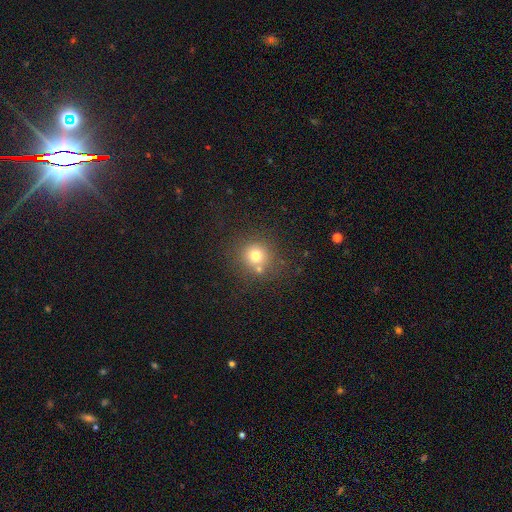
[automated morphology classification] Smooth or featured: smooth — 74% (star or artifact — 15%)
How rounded: round — 91% (in between — 8%)
Merging: none — 72% (merger — 15%)